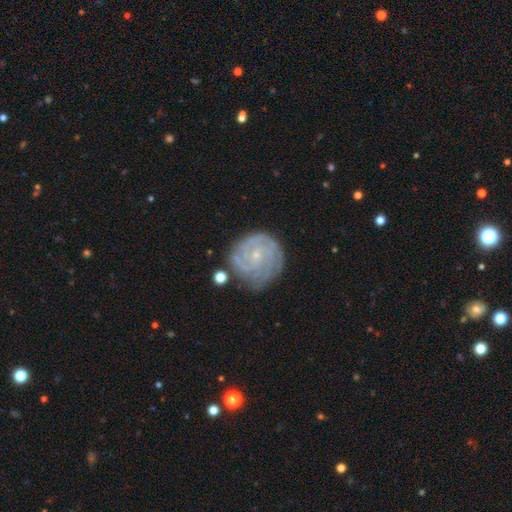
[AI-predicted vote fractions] Smooth or featured?
  - featured or disk: 87% *
  - smooth: 7%
  - star or artifact: 6%
Edge-on disk?
  - no: 98% *
  - yes: 2%
Bar?
  - no: 73% *
  - weak: 22%
  - strong: 5%
Spiral arms?
  - yes: 98% *
  - no: 2%
Spiral winding?
  - tight: 80% *
  - medium: 17%
  - loose: 3%
Spiral arm count?
  - 3: 31% *
  - 4: 25%
  - can't tell: 18%
  - 2: 13%
  - more than 4: 7%
  - 1: 6%
Bulge size?
  - small: 82% *
  - moderate: 13%
  - none: 3%
  - large: 1%
  - dominant: 1%
Merging?
  - none: 75% *
  - minor disturbance: 18%
  - major disturbance: 5%
  - merger: 3%